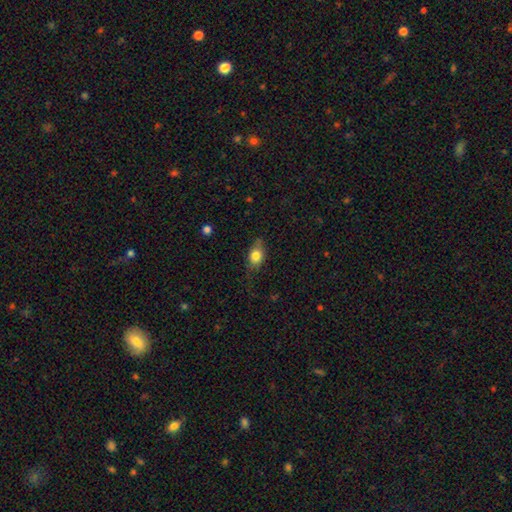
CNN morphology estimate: smooth-or-featured: smooth: 78% | featured or disk: 14% | star or artifact: 8%
  how-rounded: in between: 76% | round: 20% | cigar-shaped: 4%
  merging: none: 67% | minor disturbance: 25% | major disturbance: 7% | merger: 1%